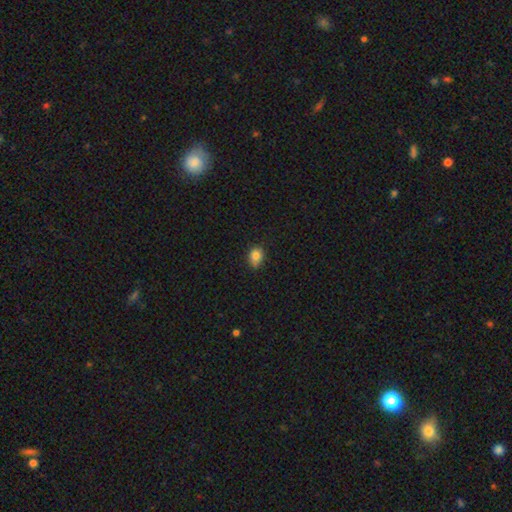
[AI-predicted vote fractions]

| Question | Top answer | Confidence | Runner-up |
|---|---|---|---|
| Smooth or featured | smooth | 83% | star or artifact (10%) |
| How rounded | in between | 52% | round (47%) |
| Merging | none | 72% | minor disturbance (23%) |